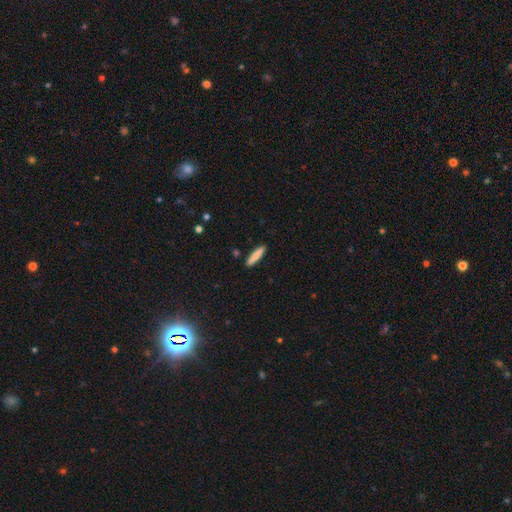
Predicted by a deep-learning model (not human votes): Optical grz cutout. It shows a smooth galaxy with no disk features (79%) that is cigar-shaped (88%). Merging: none (90%).